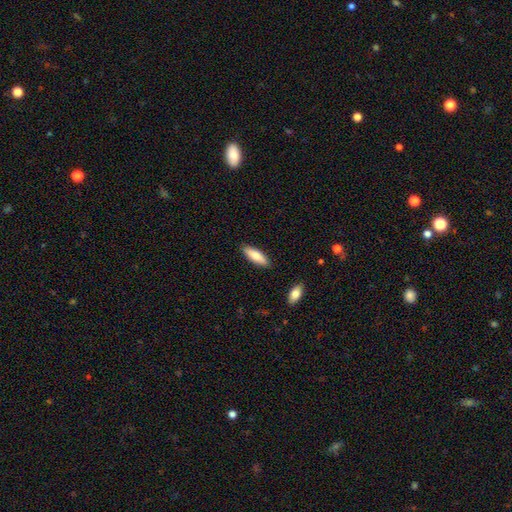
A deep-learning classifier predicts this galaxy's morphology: This appears to be a smooth galaxy with no disk features (77%) that is in between round and cigar-shaped (52%). Merging: none (88%).